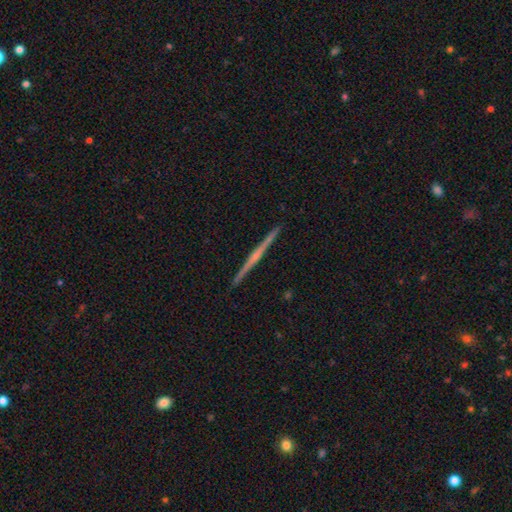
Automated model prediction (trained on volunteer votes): Smooth or featured?
  - featured or disk: 79% *
  - smooth: 15%
  - star or artifact: 6%
Edge-on disk?
  - yes: 99% *
  - no: 1%
Edge-on bulge?
  - rounded: 57% *
  - none: 35%
  - boxy: 9%
Merging?
  - none: 93% *
  - minor disturbance: 5%
  - major disturbance: 1%
  - merger: 1%